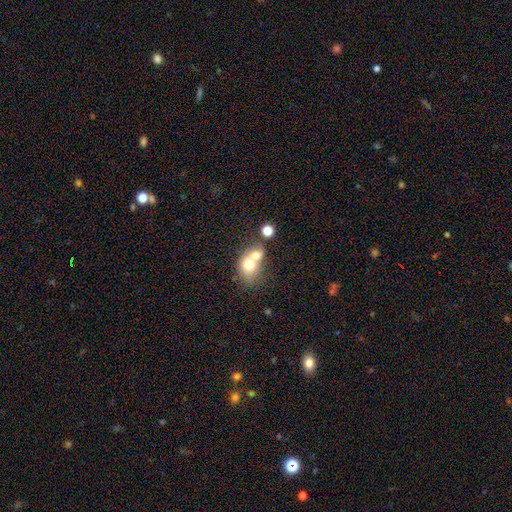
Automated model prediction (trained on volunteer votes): Overall: smooth (68%). How rounded: round (52%; in between 47%). Merging: merger (68%).